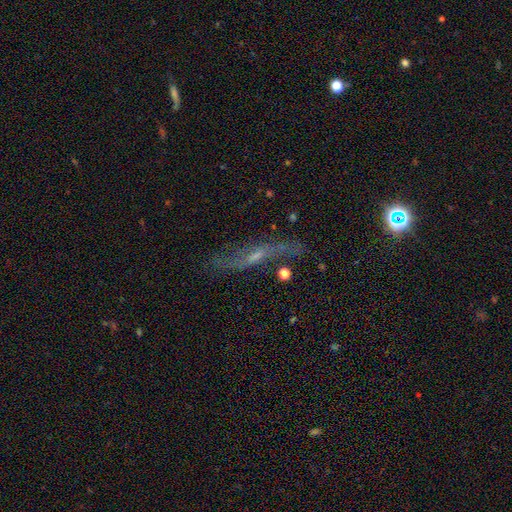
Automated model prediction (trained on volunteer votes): A featured or disk galaxy (66%). Merging: none (66%).